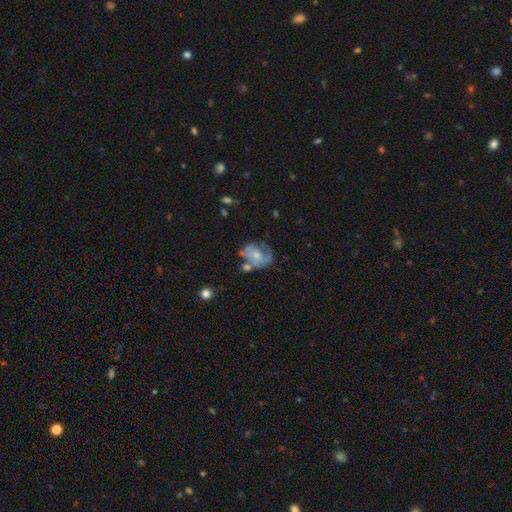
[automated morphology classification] Smooth or featured? Predicted: featured or disk (p=0.57). Edge-on disk? Predicted: no (p=0.97). Bar? Predicted: no (p=0.76). Spiral arms? Predicted: yes (p=0.59). Bulge size? Predicted: moderate (p=0.46). Merging? Predicted: none (p=0.37).